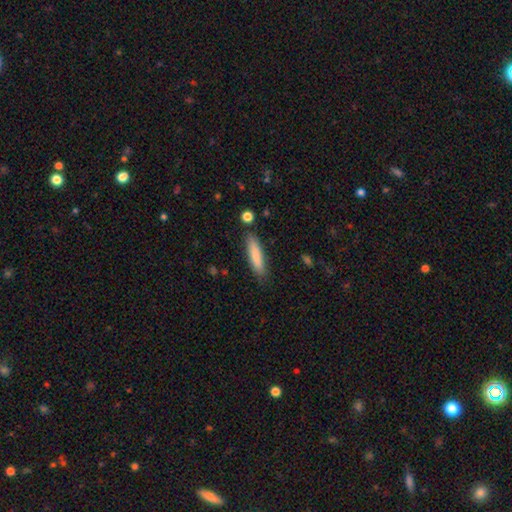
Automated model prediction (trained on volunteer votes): smooth-or-featured: smooth: 83% | featured or disk: 11% | star or artifact: 6%
  how-rounded: cigar-shaped: 77% | in between: 21% | round: 1%
  merging: none: 85% | minor disturbance: 11% | major disturbance: 2% | merger: 2%